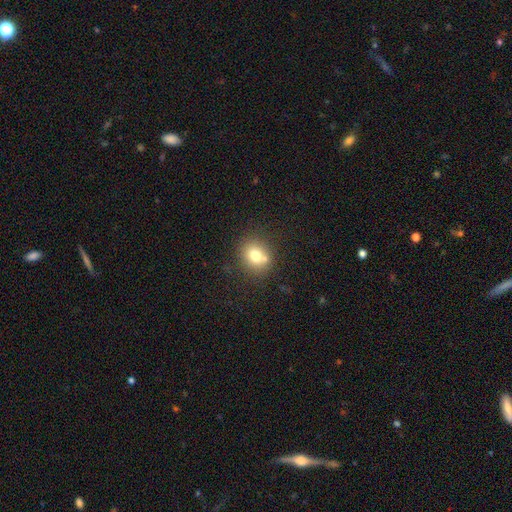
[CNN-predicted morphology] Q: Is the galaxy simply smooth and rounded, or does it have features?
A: smooth — 73%.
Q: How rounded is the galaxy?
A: round — 70%.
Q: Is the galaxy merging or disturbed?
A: none — 67%.